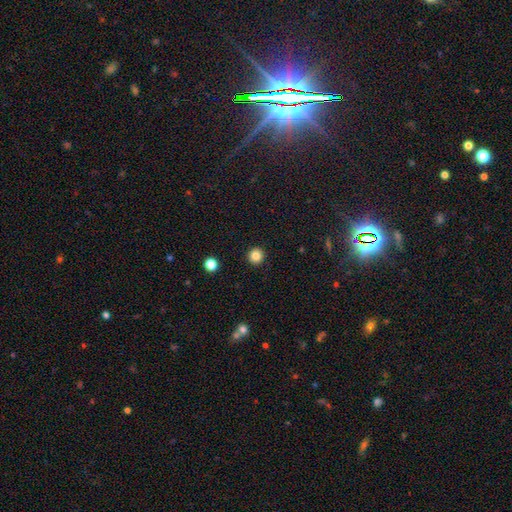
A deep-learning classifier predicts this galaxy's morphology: Smooth or featured?
  - smooth: 84% *
  - star or artifact: 11%
  - featured or disk: 5%
How rounded?
  - round: 96% *
  - in between: 4%
  - cigar-shaped: 1%
Merging?
  - none: 93% *
  - minor disturbance: 4%
  - major disturbance: 1%
  - merger: 1%